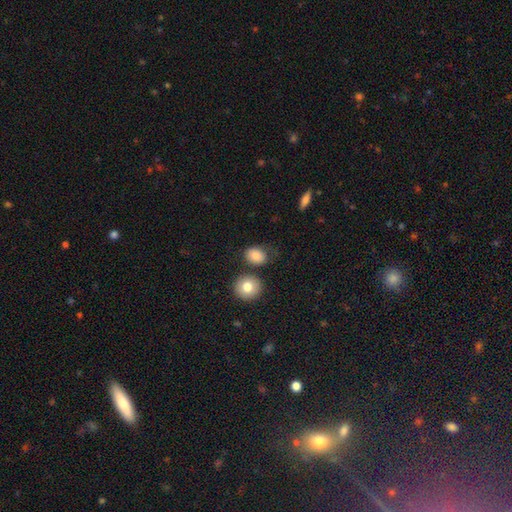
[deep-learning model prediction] The model was most divided on "how rounded": in between: 54%, round: 45%, cigar-shaped: 1%. More confident: smooth or featured — smooth (83%); merging — none (66%).